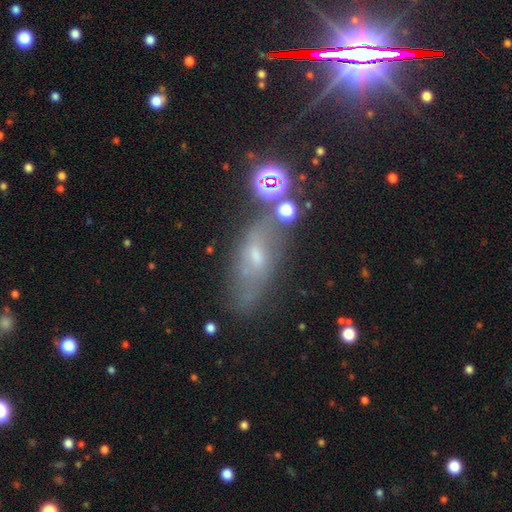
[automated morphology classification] type=featured or disk (42%); merging=none (57%).